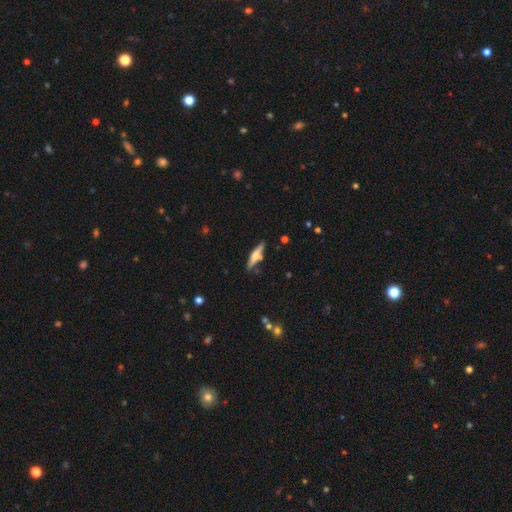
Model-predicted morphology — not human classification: featured or disk 52%, smooth 41%, star or artifact 7%. Down the decision tree: edge-on disk — yes (95%); merging — none (77%).